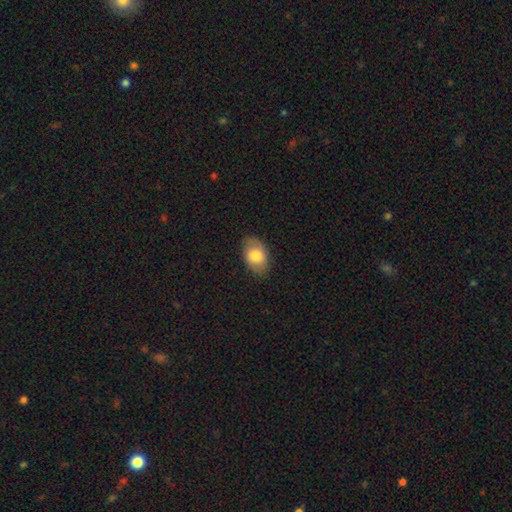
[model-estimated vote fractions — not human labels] smooth-or-featured: smooth: 78% | featured or disk: 15% | star or artifact: 7%
  how-rounded: in between: 87% | round: 12% | cigar-shaped: 1%
  merging: none: 82% | minor disturbance: 14% | major disturbance: 3% | merger: 1%